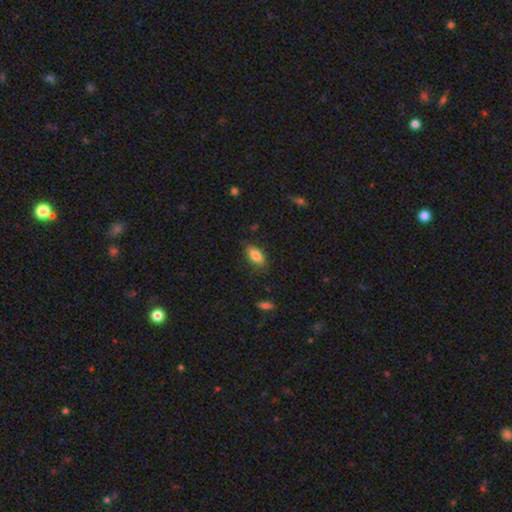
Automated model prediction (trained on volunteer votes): Smooth or featured? smooth (83%)
How rounded? in between (88%)
Merging? none (79%)